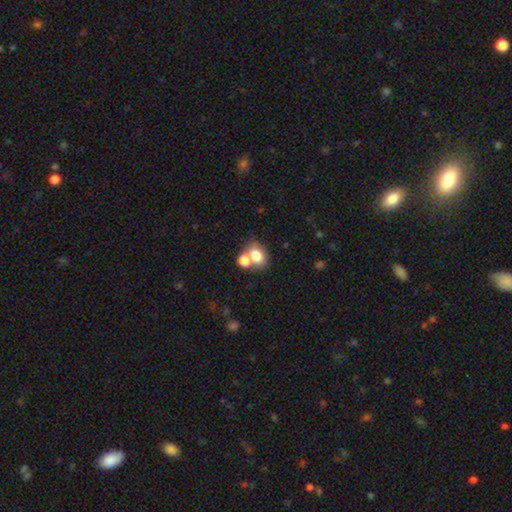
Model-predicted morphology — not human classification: Q: Smooth or featured?
A: smooth (77%); runner-up: star or artifact (12%)
Q: How rounded?
A: in between (54%); runner-up: round (45%)
Q: Merging?
A: none (48%); runner-up: merger (37%)